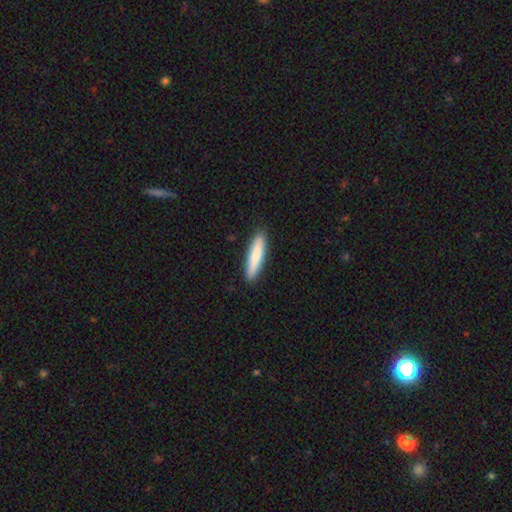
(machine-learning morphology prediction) Smooth or featured: smooth — 81% (featured or disk — 14%)
How rounded: cigar-shaped — 85% (in between — 14%)
Merging: none — 91% (minor disturbance — 7%)